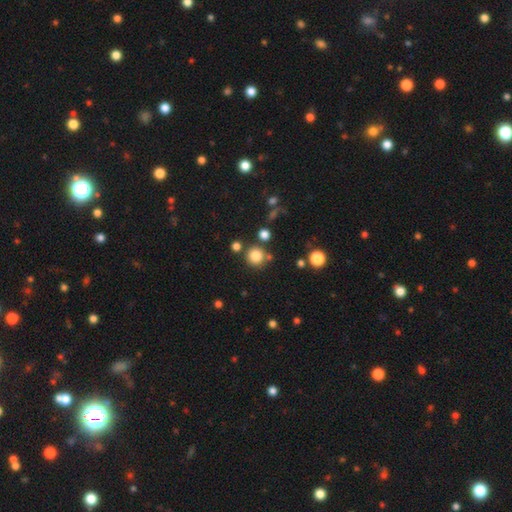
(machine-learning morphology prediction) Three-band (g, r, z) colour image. It shows a smooth galaxy with no disk features (82%) that is round (94%). Merging: none (81%).